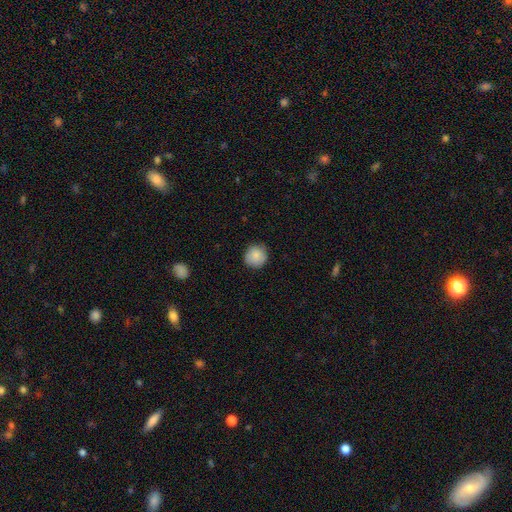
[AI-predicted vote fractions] smooth-or-featured: smooth: 86% | star or artifact: 8% | featured or disk: 6%
  how-rounded: round: 92% | in between: 7% | cigar-shaped: 1%
  merging: none: 84% | minor disturbance: 13% | major disturbance: 2% | merger: 1%